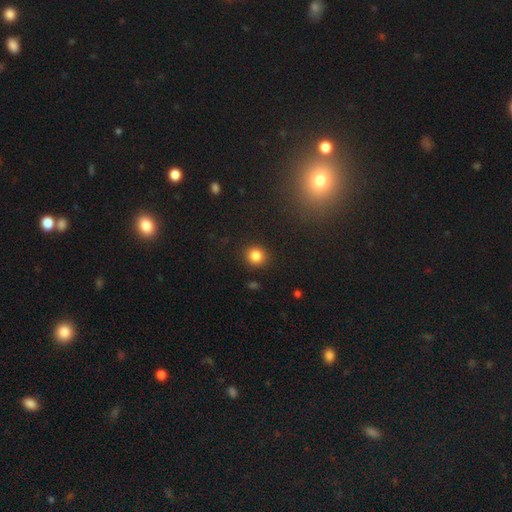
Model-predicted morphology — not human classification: Smooth or featured?
  - smooth: 84% *
  - star or artifact: 11%
  - featured or disk: 5%
How rounded?
  - round: 91% *
  - in between: 8%
  - cigar-shaped: 1%
Merging?
  - none: 91% *
  - minor disturbance: 6%
  - major disturbance: 2%
  - merger: 1%